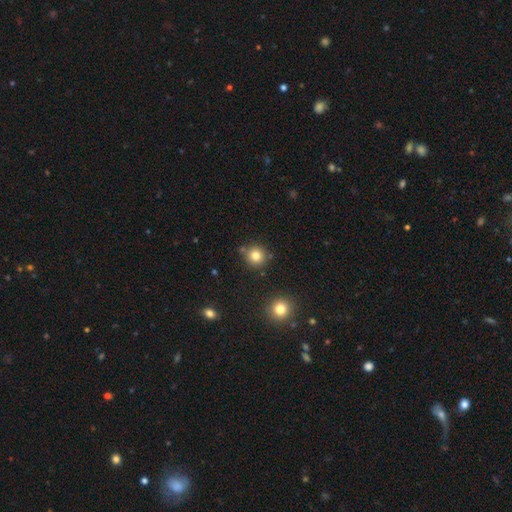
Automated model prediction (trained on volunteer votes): A smooth galaxy with no disk features (80%) that is round (93%).

Vote fractions:
- Smooth or featured? smooth: 80% / star or artifact: 13% / featured or disk: 7%
- How rounded? round: 93% / in between: 6% / cigar-shaped: 1%
- Merging? none: 81% / minor disturbance: 9% / merger: 8% / major disturbance: 3%